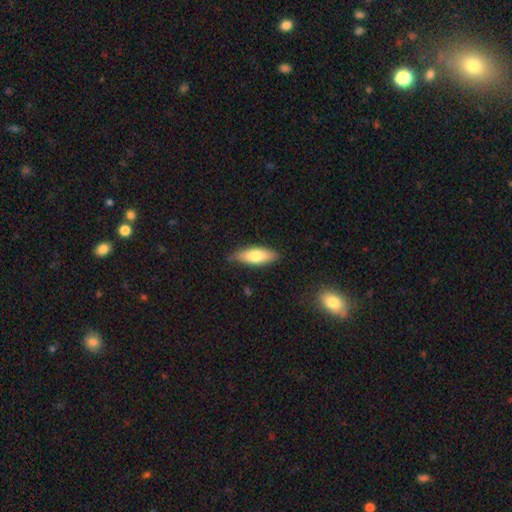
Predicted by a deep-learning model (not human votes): Smooth or featured?
  - smooth: 74% *
  - featured or disk: 20%
  - star or artifact: 6%
How rounded?
  - in between: 65% *
  - cigar-shaped: 33%
  - round: 2%
Merging?
  - none: 81% *
  - minor disturbance: 15%
  - major disturbance: 3%
  - merger: 1%